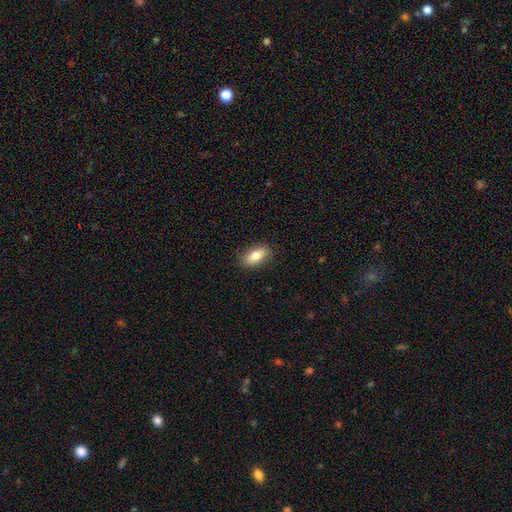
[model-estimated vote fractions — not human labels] This appears to be a smooth galaxy with no disk features (78%) that is in between round and cigar-shaped (87%). Merging: none (87%).